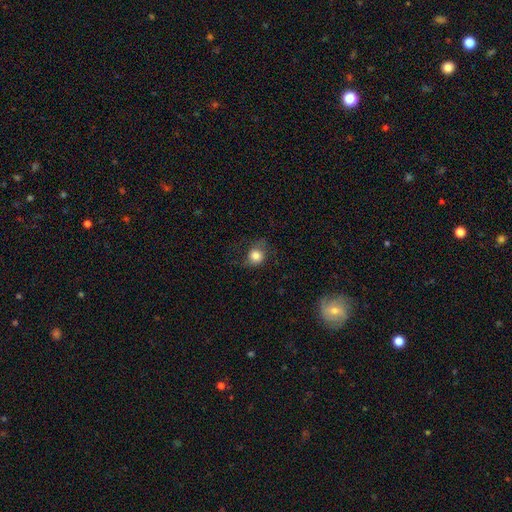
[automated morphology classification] This is clearly a smooth galaxy (80%). How rounded: likely round (78%). Merging: possibly none (57%).